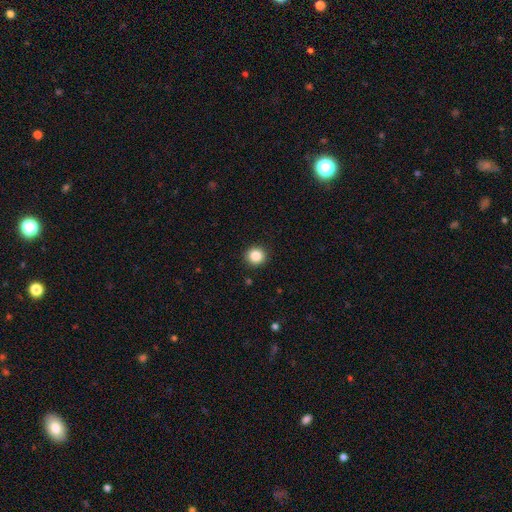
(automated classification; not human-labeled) Smooth or featured: smooth — 86% (star or artifact — 10%)
How rounded: round — 92% (in between — 7%)
Merging: none — 92% (minor disturbance — 6%)